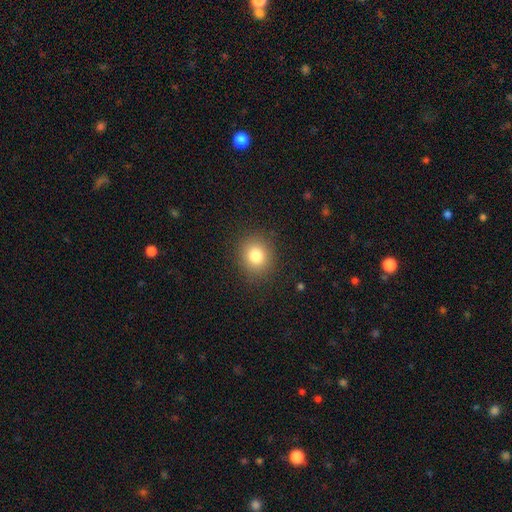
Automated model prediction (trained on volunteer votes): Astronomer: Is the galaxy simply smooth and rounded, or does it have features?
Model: smooth — 81%.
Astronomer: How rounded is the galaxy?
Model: round — 79%.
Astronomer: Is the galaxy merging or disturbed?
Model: none — 89%.